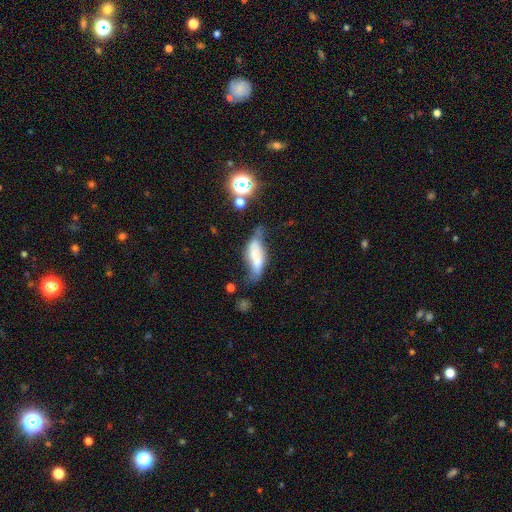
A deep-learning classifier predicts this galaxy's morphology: This appears to be a smooth galaxy with no disk features (48%). Merging: none (33%).